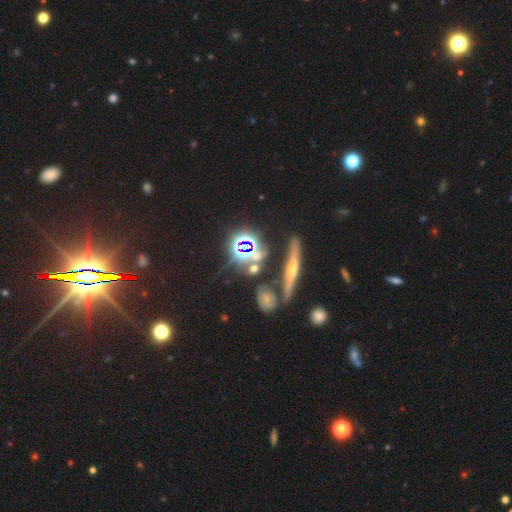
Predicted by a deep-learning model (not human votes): Overall: star or artifact (55%; smooth 24%).